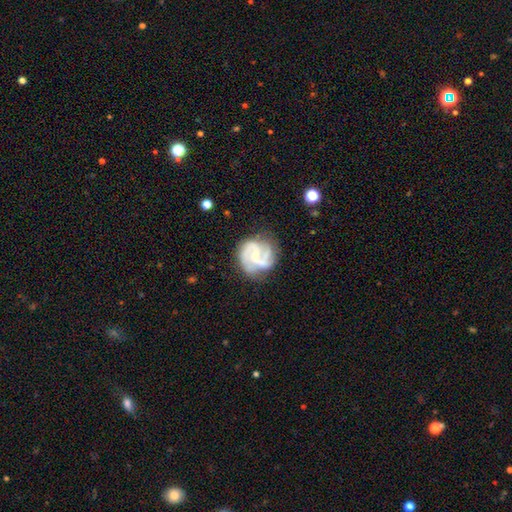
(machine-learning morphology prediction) This is clearly a featured or disk galaxy (86%). It is clearly not viewed edge-on (98%). Bar: marginally no (44%). Spiral arm pattern: clearly yes (97%). Spiral arm count: possibly 2 (47%). Spiral winding: possibly medium (51%). Central bulge: likely small (64%). Merging: likely none (69%).